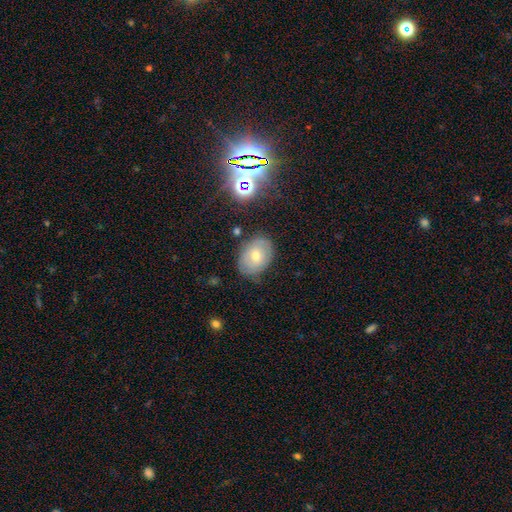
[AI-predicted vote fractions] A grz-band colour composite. It shows a smooth galaxy with no disk features (58%) that is in between round and cigar-shaped (71%). Merging: none (75%).